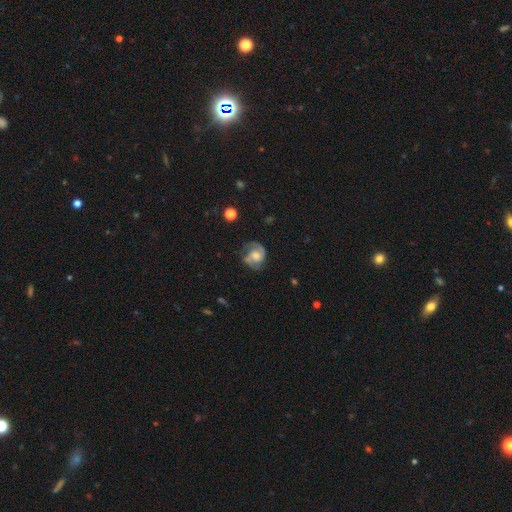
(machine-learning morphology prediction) This is likely a featured or disk galaxy (78%). It is clearly not viewed edge-on (98%). Bar: possibly no (60%). Spiral arm pattern: clearly yes (94%). Spiral arm count: clearly 2 (82%). Spiral winding: possibly medium (50%). Central bulge: possibly moderate (54%). Merging: likely none (69%).